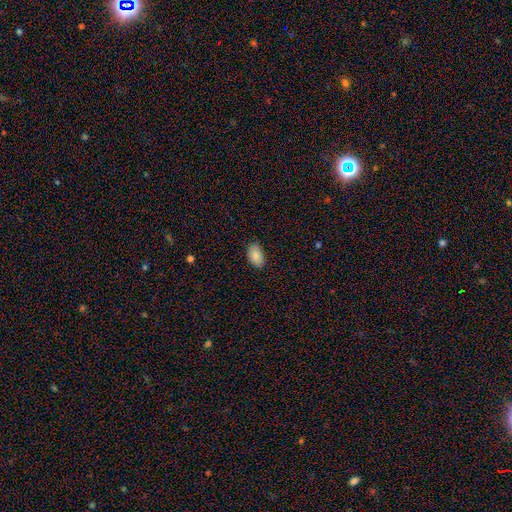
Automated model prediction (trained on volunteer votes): smooth-or-featured: smooth: 85% | featured or disk: 8% | star or artifact: 7%
  how-rounded: in between: 92% | round: 6% | cigar-shaped: 2%
  merging: none: 83% | minor disturbance: 14% | major disturbance: 2% | merger: 1%